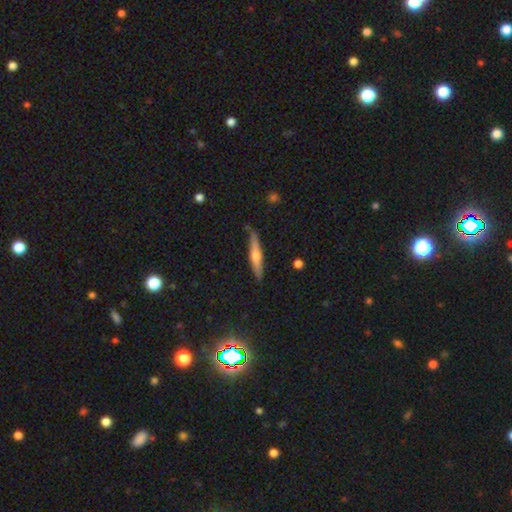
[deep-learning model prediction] smooth-or-featured: featured or disk: 52% | smooth: 42% | star or artifact: 6%
  disk-edge-on: yes: 94% | no: 6%
  merging: none: 82% | minor disturbance: 14% | major disturbance: 2% | merger: 2%